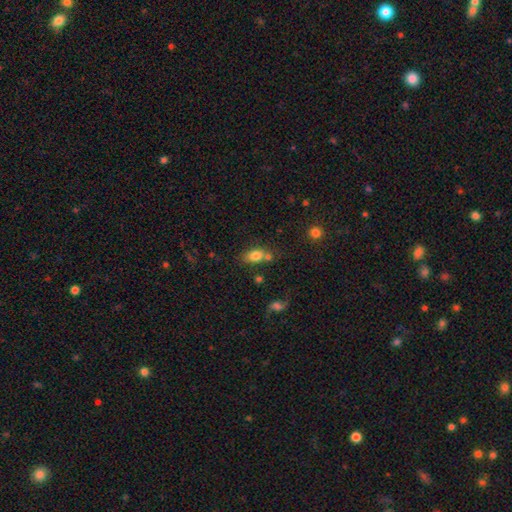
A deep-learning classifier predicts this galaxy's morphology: A smooth galaxy with no disk features (80%) that is in between round and cigar-shaped (83%). Merging: none (57%).